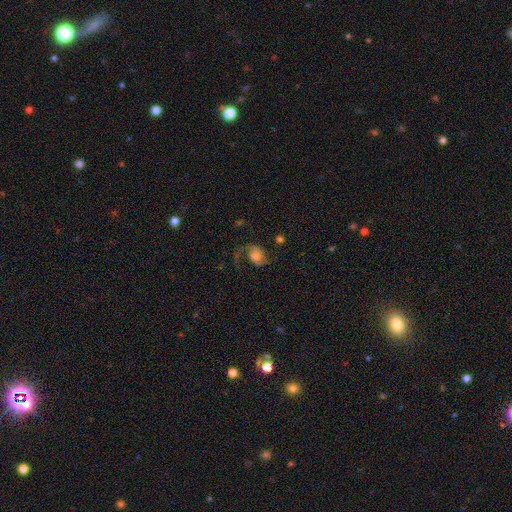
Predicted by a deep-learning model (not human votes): A featured or disk galaxy (63%) with no bar (68%), 2 (61%) loose (56%) spiral arms (90%) and a moderate central bulge (44%). Merging: none (47%).